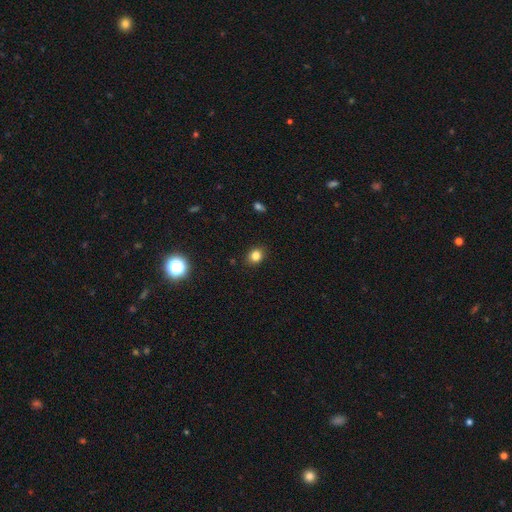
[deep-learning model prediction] Smooth or featured? smooth (82%)
How rounded? round (54%)
Merging? none (88%)